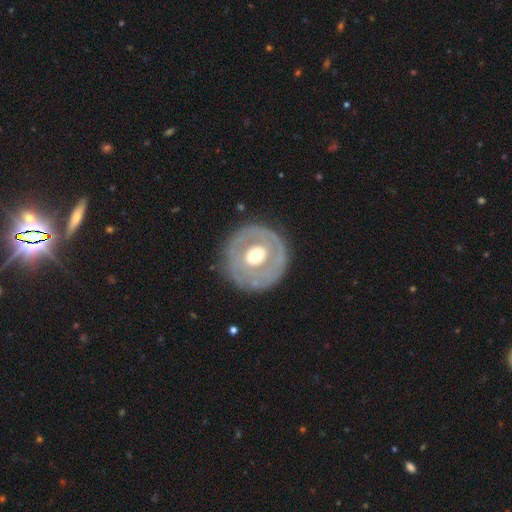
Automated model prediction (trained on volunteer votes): This appears to be a featured or disk galaxy (62%) with no bar (81%), no spiral arms (73%) and a moderate central bulge (66%). Merging: none (79%).